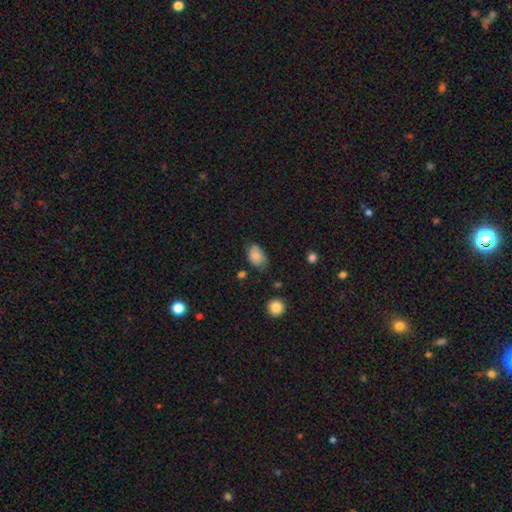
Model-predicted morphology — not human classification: Smooth or featured?
  - smooth: 78% *
  - featured or disk: 14%
  - star or artifact: 8%
How rounded?
  - in between: 84% *
  - round: 15%
  - cigar-shaped: 1%
Merging?
  - none: 57% *
  - minor disturbance: 32%
  - major disturbance: 8%
  - merger: 3%